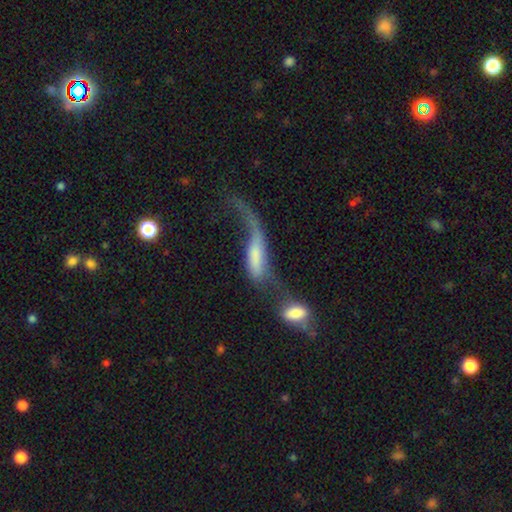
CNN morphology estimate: Overall: featured or disk (48%; smooth 43%). Merging: merger (55%; major disturbance 27%).